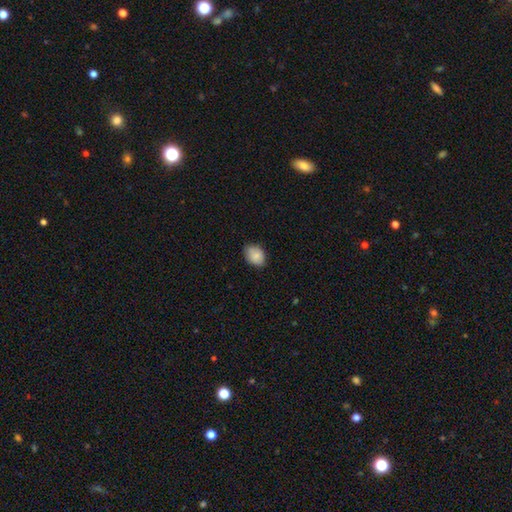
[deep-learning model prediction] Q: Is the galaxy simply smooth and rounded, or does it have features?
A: smooth — 86%.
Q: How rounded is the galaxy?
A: in between — 73%.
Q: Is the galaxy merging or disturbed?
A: none — 78%.